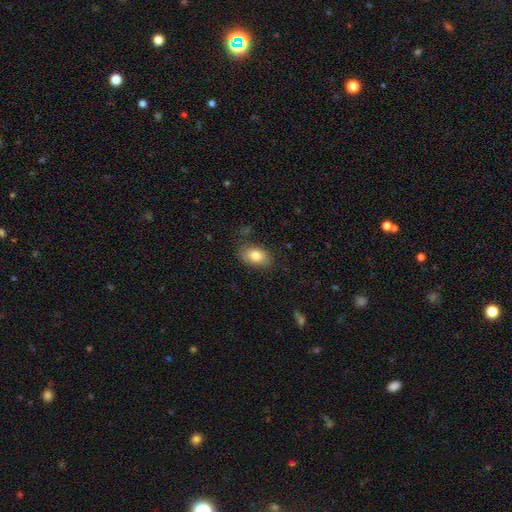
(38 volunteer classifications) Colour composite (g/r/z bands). It shows a smooth galaxy with no disk features (79%) that is in between round and cigar-shaped (93%). Merging: none (86%).